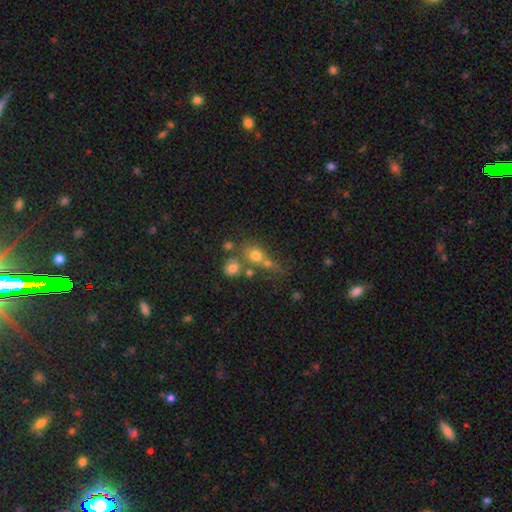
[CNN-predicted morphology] Overall: smooth (66%). How rounded: round (70%). Merging: merger (41%; none 40%).